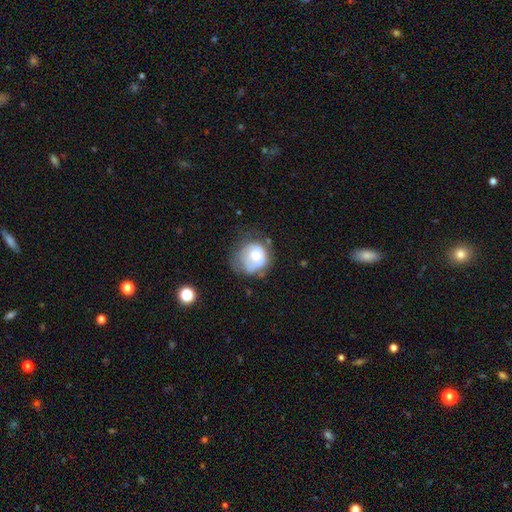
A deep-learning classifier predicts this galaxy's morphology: Smooth or featured? Predicted: smooth (p=0.51). How rounded? Predicted: round (p=0.75). Merging? Predicted: none (p=0.39).